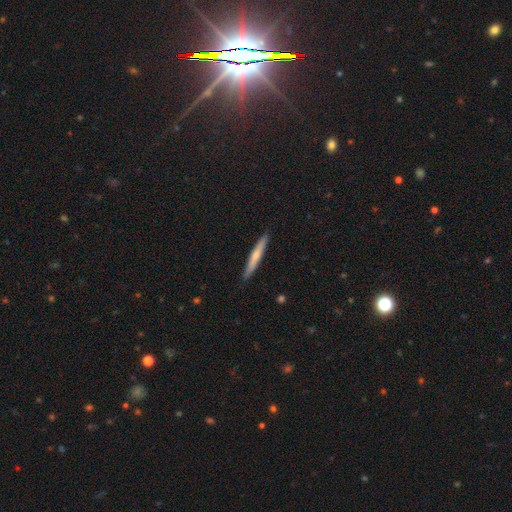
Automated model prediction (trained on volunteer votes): Smooth or featured? smooth (58%)
How rounded? cigar-shaped (95%)
Merging? none (91%)